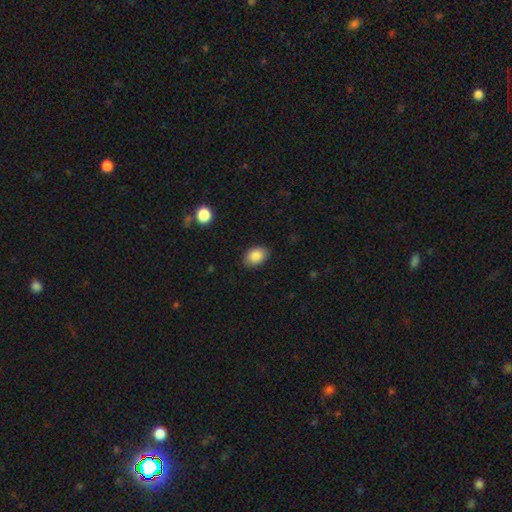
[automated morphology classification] Overall: smooth (88%). How rounded: in between (83%). Merging: none (86%).